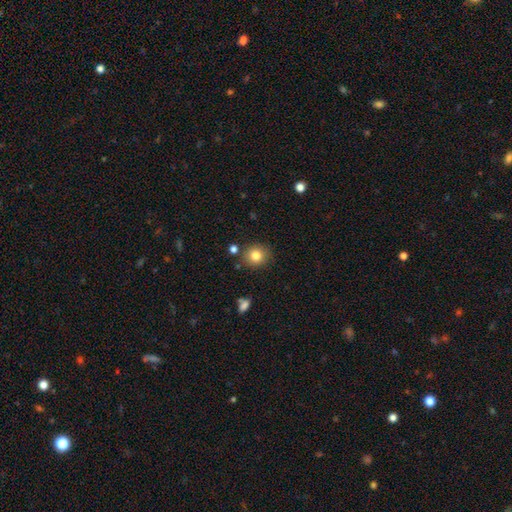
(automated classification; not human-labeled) This is clearly a smooth galaxy (81%). How rounded: clearly round (82%). Merging: clearly none (84%).